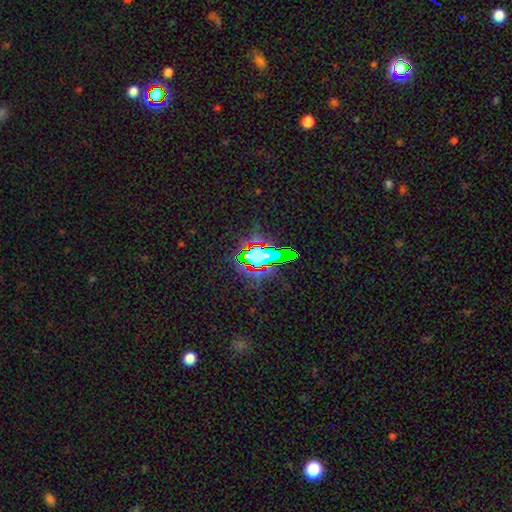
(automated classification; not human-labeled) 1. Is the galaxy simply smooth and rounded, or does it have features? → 67% star or artifact, 19% smooth, 14% featured or disk.